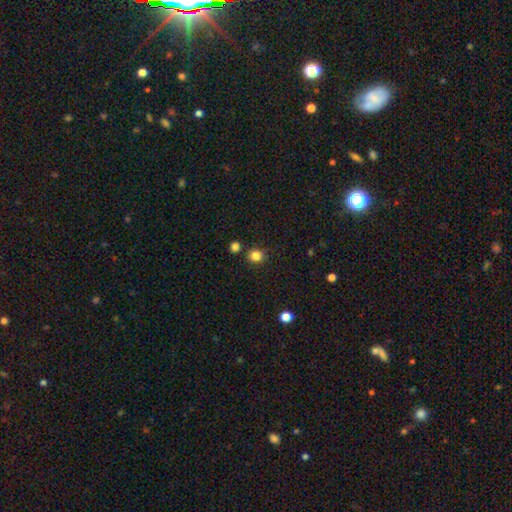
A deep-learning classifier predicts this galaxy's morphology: Overall: smooth (83%). How rounded: round (82%). Merging: none (82%).